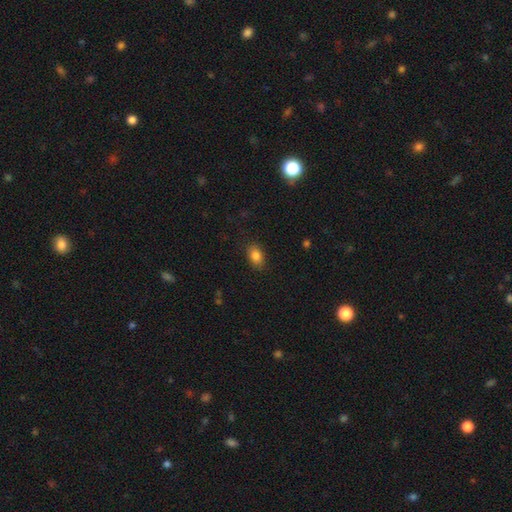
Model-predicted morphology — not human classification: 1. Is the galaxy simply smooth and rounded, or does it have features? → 85% smooth, 9% star or artifact, 6% featured or disk.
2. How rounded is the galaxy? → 81% in between, 17% round, 1% cigar-shaped.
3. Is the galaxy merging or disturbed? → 85% none, 11% minor disturbance, 3% major disturbance, 1% merger.